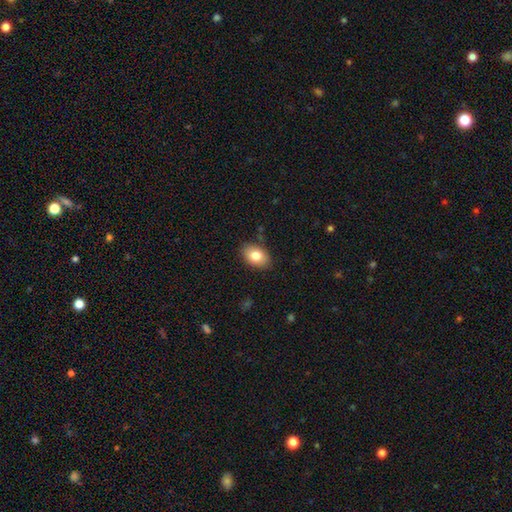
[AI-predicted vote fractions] The model was most divided on "smooth or featured": smooth: 81%, featured or disk: 12%, star or artifact: 8%. More confident: merging — none (85%); how rounded — in between (85%).